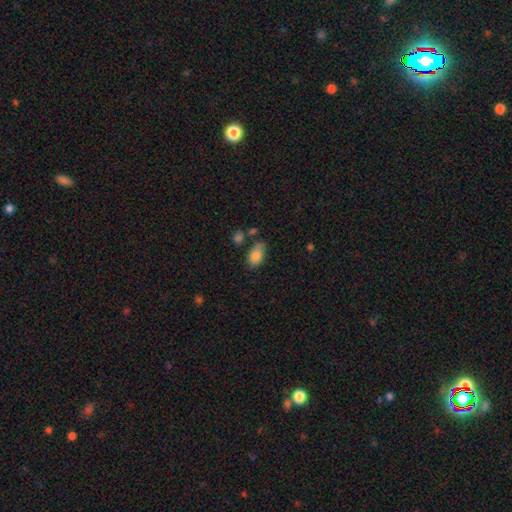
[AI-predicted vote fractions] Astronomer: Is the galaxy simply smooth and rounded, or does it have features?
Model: smooth — 84%.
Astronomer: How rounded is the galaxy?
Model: in between — 91%.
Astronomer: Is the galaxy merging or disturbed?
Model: none — 60%.